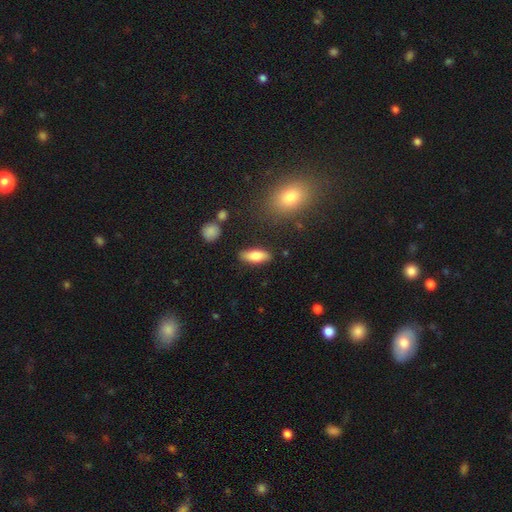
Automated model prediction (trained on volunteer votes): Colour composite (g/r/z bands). It shows a smooth galaxy with no disk features (72%) that is in between round and cigar-shaped (69%). Merging: none (86%).